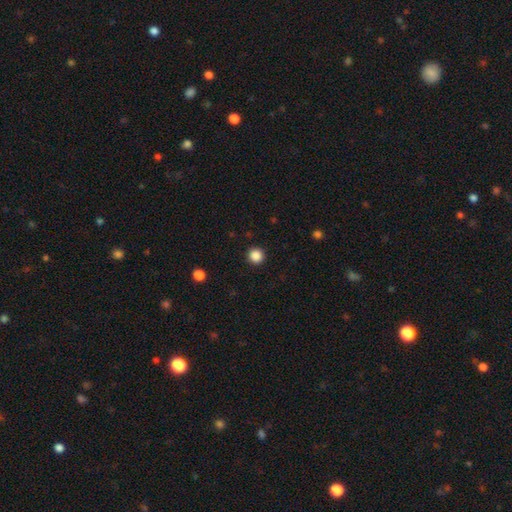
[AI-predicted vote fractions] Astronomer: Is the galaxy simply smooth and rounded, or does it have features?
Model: smooth — 87%.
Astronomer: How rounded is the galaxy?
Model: round — 96%.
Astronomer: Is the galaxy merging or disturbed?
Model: none — 93%.